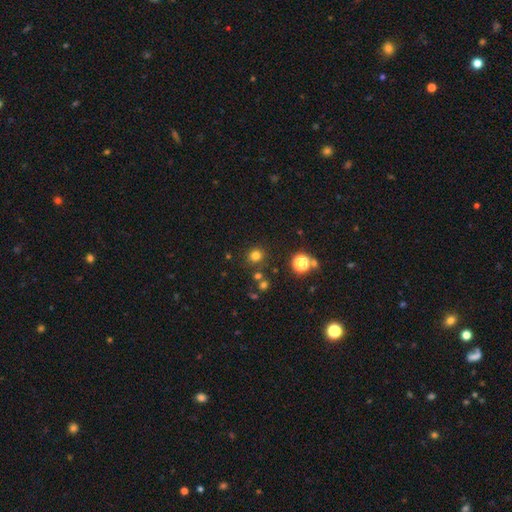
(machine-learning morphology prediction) A smooth galaxy with no disk features (76%) that is round (91%). Merging: none (85%).